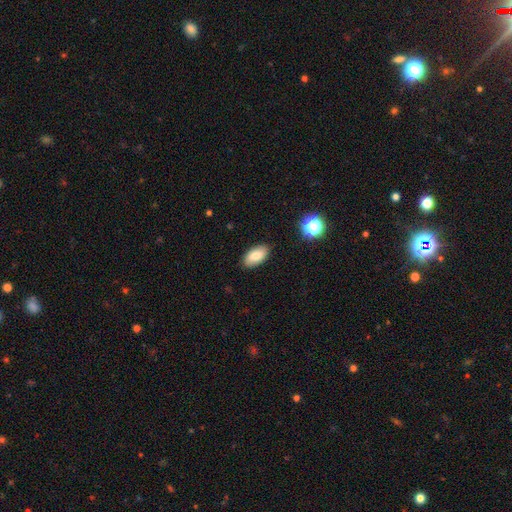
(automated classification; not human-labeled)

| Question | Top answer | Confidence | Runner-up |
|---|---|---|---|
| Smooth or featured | smooth | 81% | featured or disk (11%) |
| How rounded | in between | 94% | round (4%) |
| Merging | none | 87% | minor disturbance (10%) |